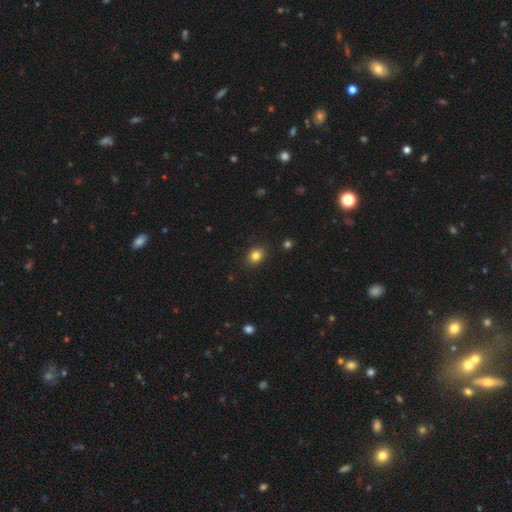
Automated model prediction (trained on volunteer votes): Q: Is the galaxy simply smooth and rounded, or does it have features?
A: smooth — 82%.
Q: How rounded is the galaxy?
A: round — 55%.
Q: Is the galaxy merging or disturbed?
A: none — 88%.